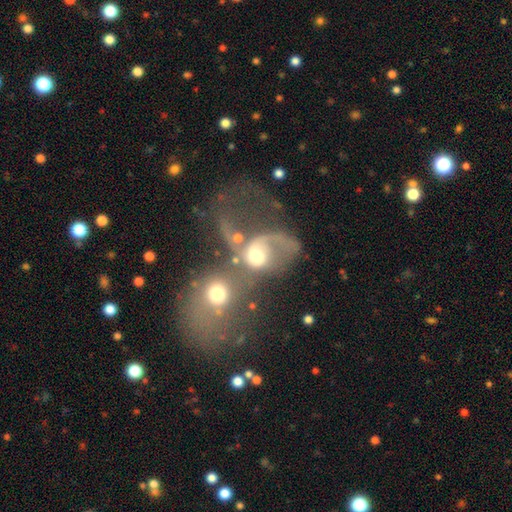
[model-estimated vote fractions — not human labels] featured or disk 59%, smooth 30%, star or artifact 12%. Down the decision tree: edge-on disk — no (97%); bar — no (68%); spiral arms — yes (72%); bulge size — moderate (57%); merging — merger (66%).